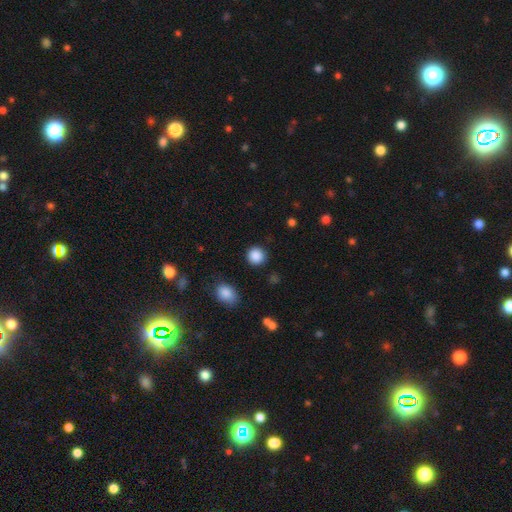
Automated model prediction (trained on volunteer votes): A smooth galaxy with no disk features (88%) that is round (92%). Merging: none (89%).